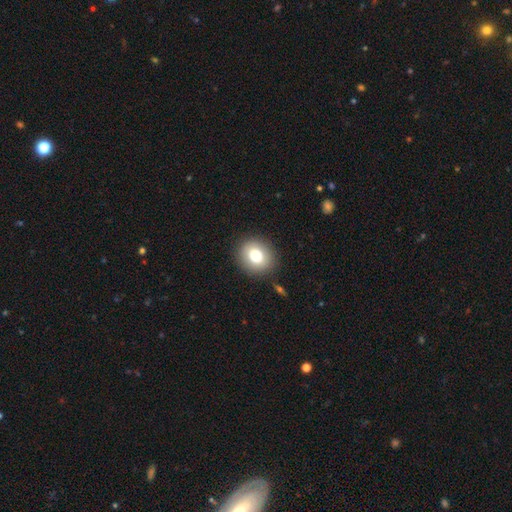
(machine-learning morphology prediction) This is likely a smooth galaxy (77%). How rounded: likely round (77%). Merging: clearly none (88%).